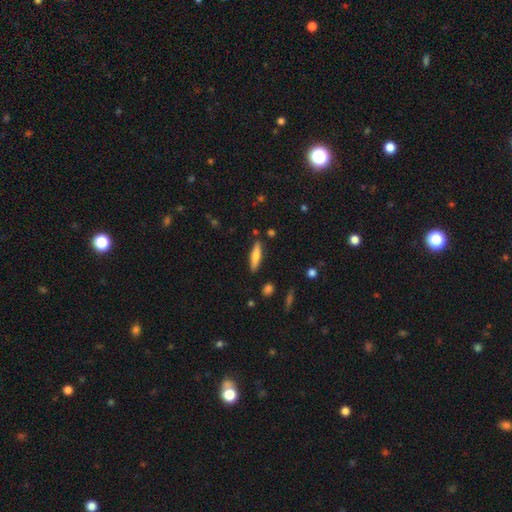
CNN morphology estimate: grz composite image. It shows a smooth galaxy with no disk features (62%) that is cigar-shaped (76%). Merging: none (87%).